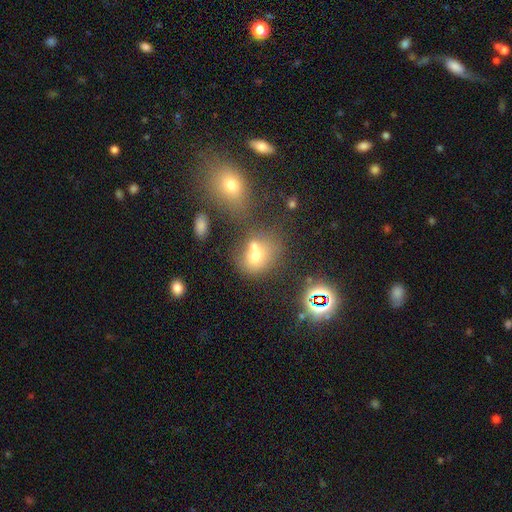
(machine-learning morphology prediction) A smooth galaxy with no disk features (64%) that is round (64%). Merging: merger (46%).